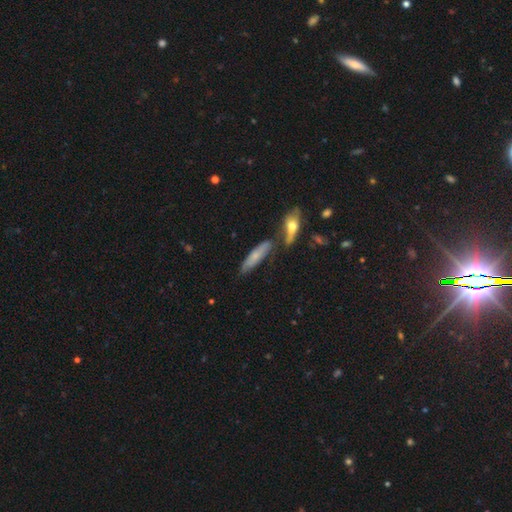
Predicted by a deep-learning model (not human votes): Smooth or featured? Predicted: smooth (p=0.59). How rounded? Predicted: cigar-shaped (p=0.65). Merging? Predicted: none (p=0.58).